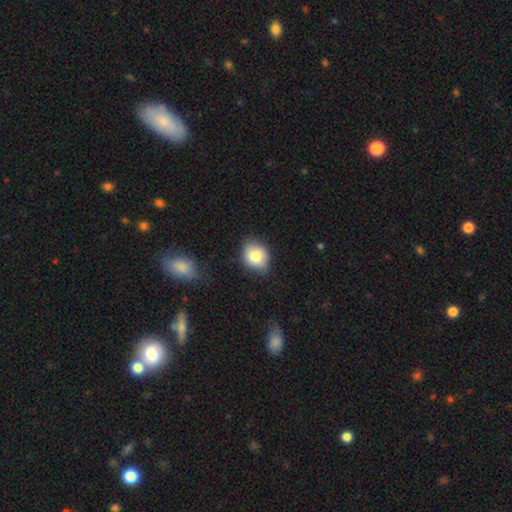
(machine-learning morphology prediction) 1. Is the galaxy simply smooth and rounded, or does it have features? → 79% smooth, 12% featured or disk, 9% star or artifact.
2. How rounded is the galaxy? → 57% round, 42% in between, 1% cigar-shaped.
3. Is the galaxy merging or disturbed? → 78% none, 17% minor disturbance, 3% major disturbance, 2% merger.